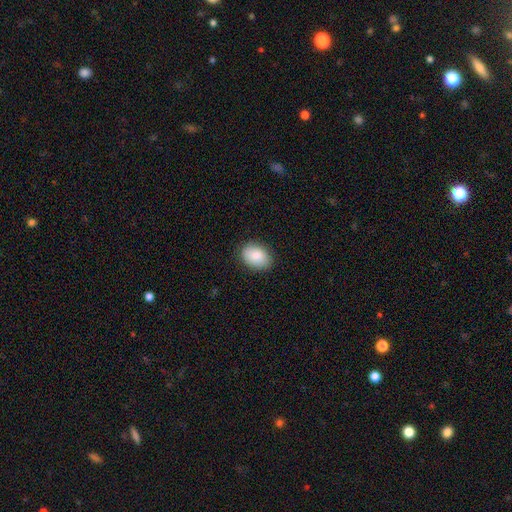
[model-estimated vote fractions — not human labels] Smooth or featured? smooth (84%)
How rounded? in between (75%)
Merging? none (86%)